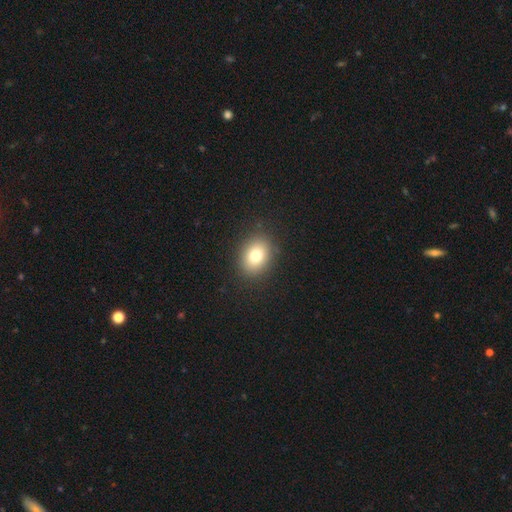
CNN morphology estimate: type=smooth (78%); roundness=in between (57%); merging=none (89%).